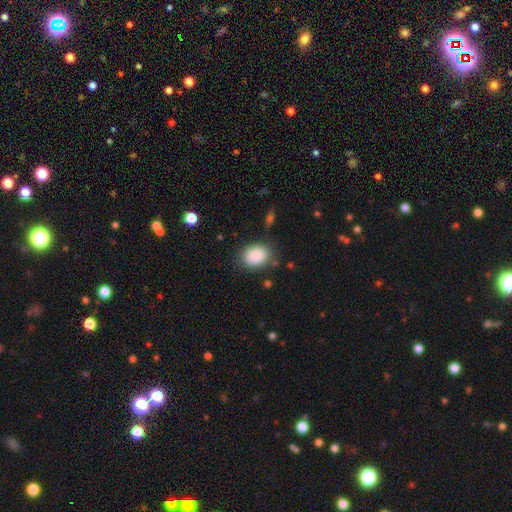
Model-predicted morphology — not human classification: Smooth or featured?
  - smooth: 88% *
  - star or artifact: 8%
  - featured or disk: 4%
How rounded?
  - in between: 62% *
  - round: 37%
  - cigar-shaped: 1%
Merging?
  - none: 79% *
  - minor disturbance: 14%
  - major disturbance: 5%
  - merger: 2%